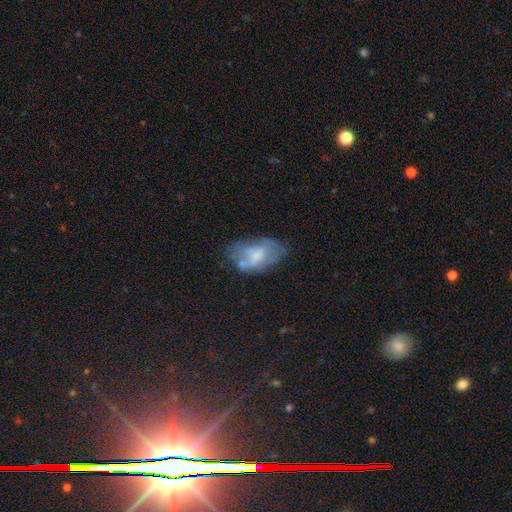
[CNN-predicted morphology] smooth-or-featured: smooth: 51% | featured or disk: 39% | star or artifact: 9%
  how-rounded: in between: 92% | round: 6% | cigar-shaped: 2%
  merging: none: 43% | minor disturbance: 28% | major disturbance: 18% | merger: 10%